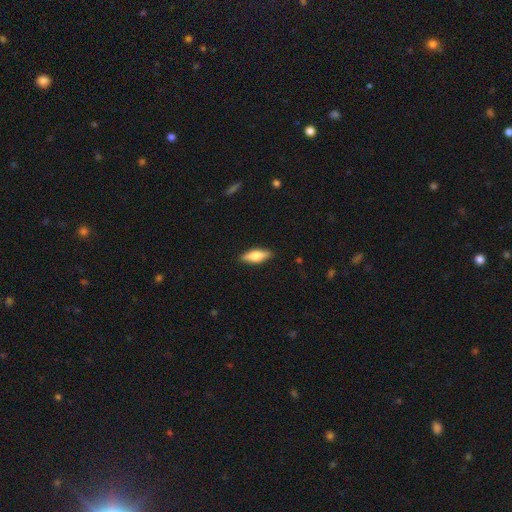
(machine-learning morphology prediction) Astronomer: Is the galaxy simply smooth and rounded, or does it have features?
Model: smooth — 65%.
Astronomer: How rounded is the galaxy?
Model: in between — 57% (runner-up: cigar-shaped, 40%).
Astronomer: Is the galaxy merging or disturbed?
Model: none — 88%.